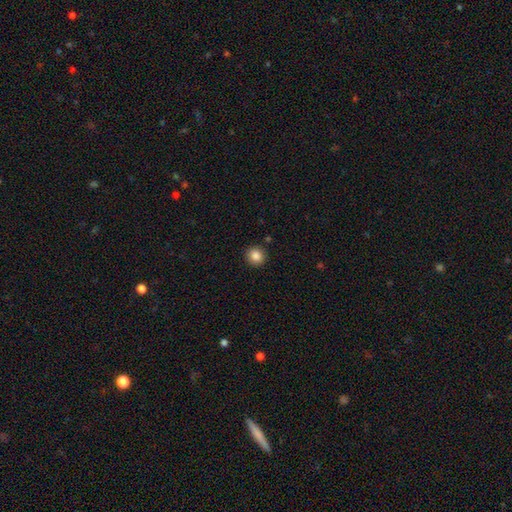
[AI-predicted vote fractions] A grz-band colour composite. It shows a smooth galaxy with no disk features (86%) that is round (91%). Merging: none (91%).